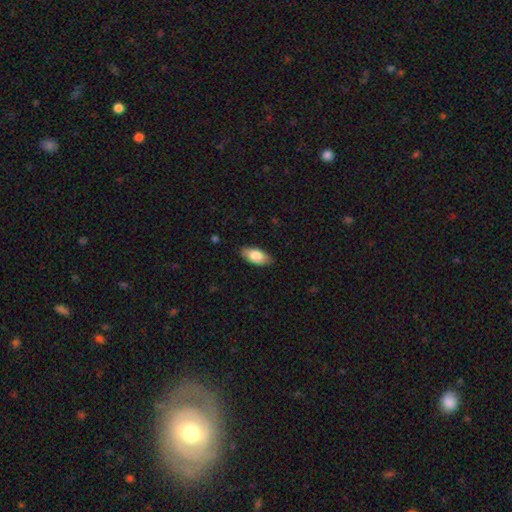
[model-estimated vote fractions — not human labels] smooth-or-featured: smooth: 79% | featured or disk: 15% | star or artifact: 6%
  how-rounded: in between: 90% | cigar-shaped: 7% | round: 3%
  merging: none: 86% | minor disturbance: 11% | major disturbance: 2% | merger: 1%